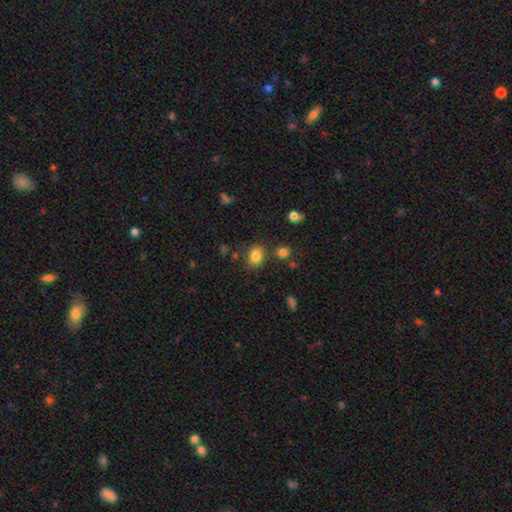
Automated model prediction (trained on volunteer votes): Smooth or featured?
  - smooth: 83% *
  - star or artifact: 11%
  - featured or disk: 6%
How rounded?
  - in between: 53% *
  - round: 46%
  - cigar-shaped: 1%
Merging?
  - none: 76% *
  - minor disturbance: 13%
  - merger: 7%
  - major disturbance: 4%